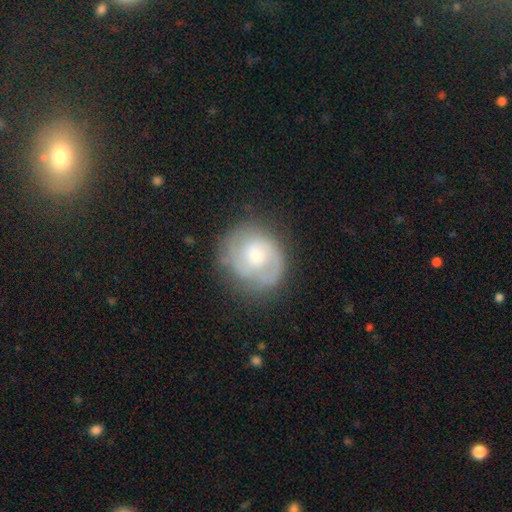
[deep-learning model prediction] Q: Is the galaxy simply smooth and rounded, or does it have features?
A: featured or disk — 65%.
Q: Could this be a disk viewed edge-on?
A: no — 98%.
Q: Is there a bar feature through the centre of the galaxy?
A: no — 65%.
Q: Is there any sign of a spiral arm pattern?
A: yes — 86%.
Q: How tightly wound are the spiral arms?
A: tight — 47%.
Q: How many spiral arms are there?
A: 2 — 61%.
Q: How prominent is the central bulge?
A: moderate — 47%.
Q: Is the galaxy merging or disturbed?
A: none — 72%.